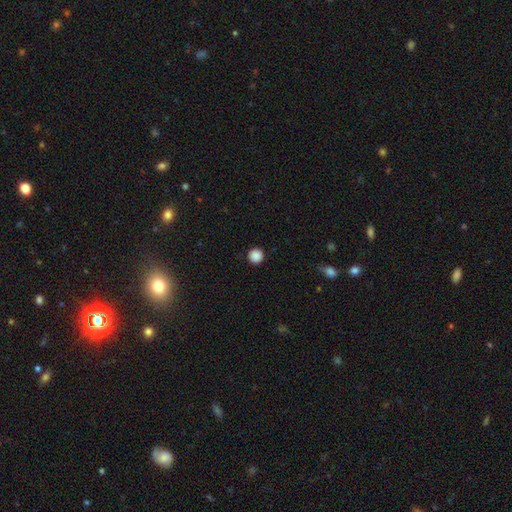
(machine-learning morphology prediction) Overall: smooth (88%). How rounded: round (96%). Merging: none (93%).